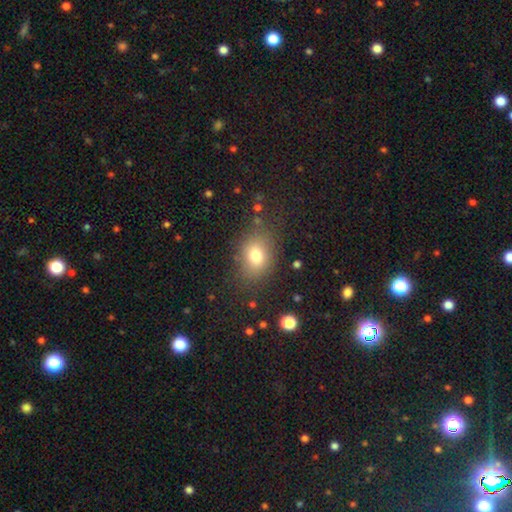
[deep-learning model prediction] A smooth galaxy with no disk features (76%) that is in between round and cigar-shaped (66%). Merging: none (76%).